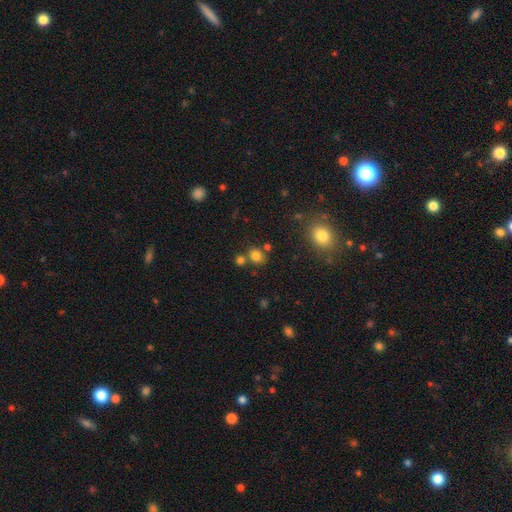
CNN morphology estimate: The model was most divided on "how rounded": round: 66%, in between: 33%, cigar-shaped: 1%. More confident: smooth or featured — smooth (77%); merging — none (67%).